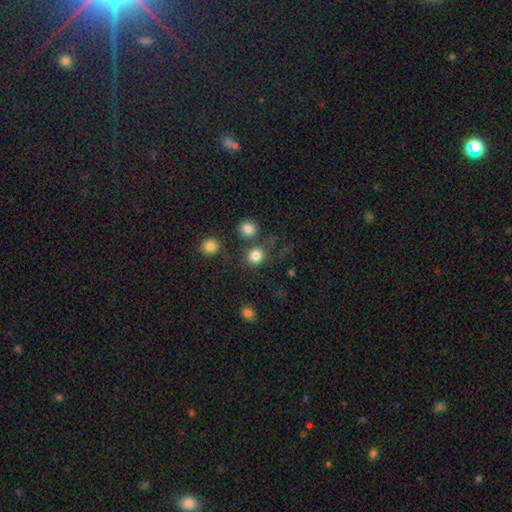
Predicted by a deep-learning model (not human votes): This appears to be a smooth galaxy with no disk features (82%) that is round (85%). Merging: none (72%).